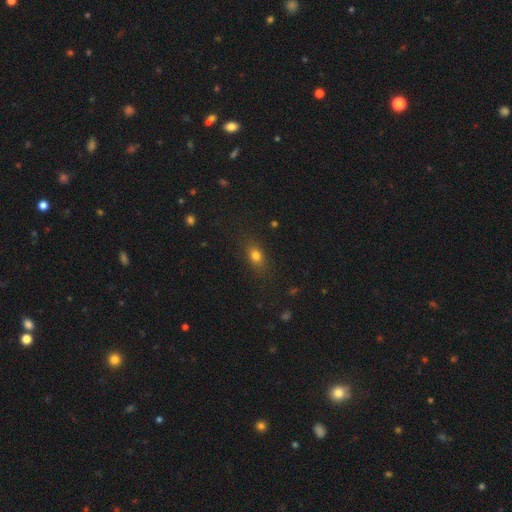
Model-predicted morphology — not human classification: Smooth or featured?
  - smooth: 78% *
  - star or artifact: 13%
  - featured or disk: 9%
How rounded?
  - in between: 67% *
  - round: 27%
  - cigar-shaped: 6%
Merging?
  - none: 82% *
  - minor disturbance: 13%
  - major disturbance: 4%
  - merger: 1%